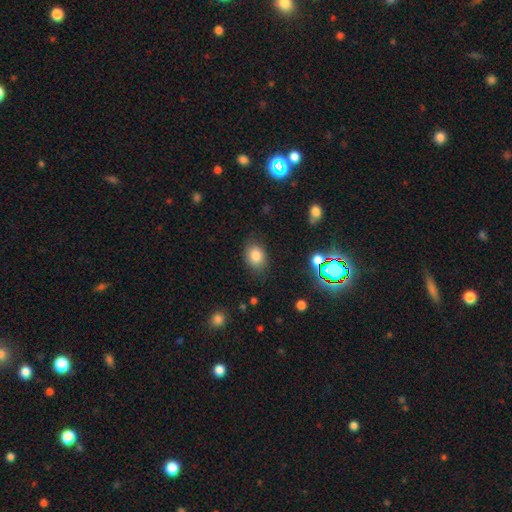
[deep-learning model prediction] Overall: smooth (82%). How rounded: in between (61%; round 37%). Merging: none (80%).